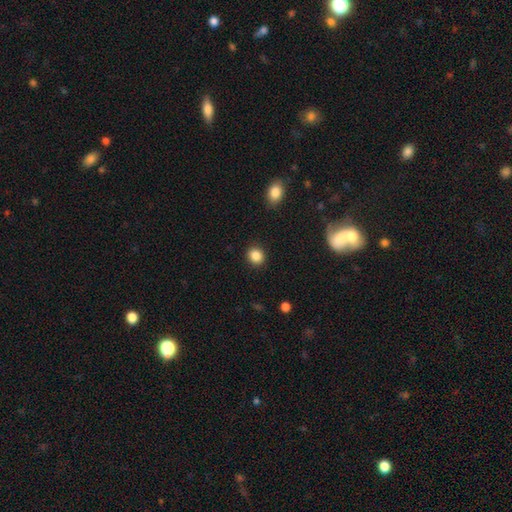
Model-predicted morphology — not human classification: smooth 86%, star or artifact 10%, featured or disk 4%. Down the decision tree: how rounded — round (77%); merging — none (91%).